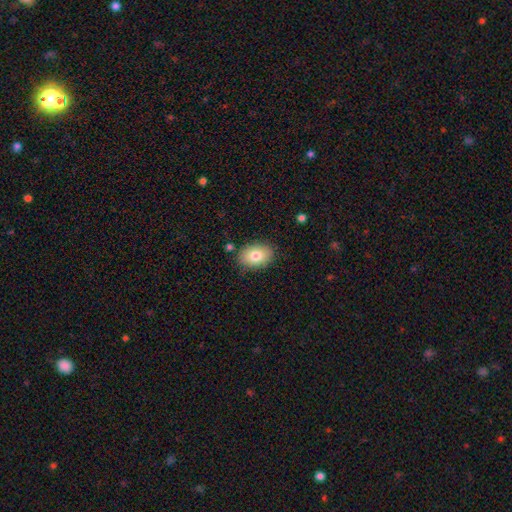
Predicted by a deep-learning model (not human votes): Smooth or featured? Predicted: smooth (p=0.79). How rounded? Predicted: in between (p=0.82). Merging? Predicted: none (p=0.85).